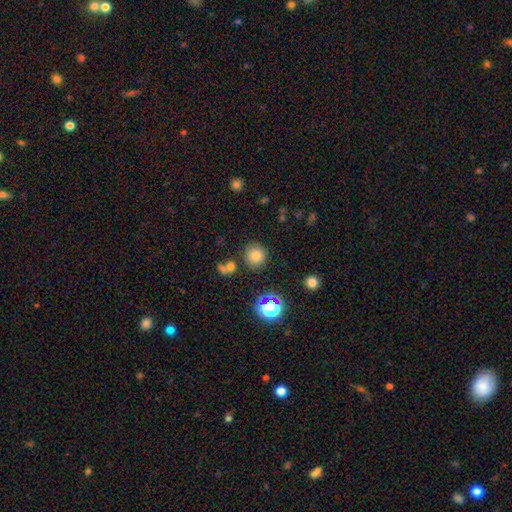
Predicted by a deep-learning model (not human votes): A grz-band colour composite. It shows a smooth galaxy with no disk features (78%) that is round (91%). Merging: none (80%).